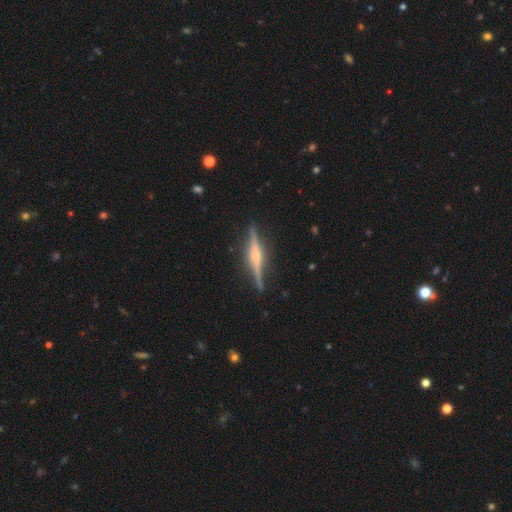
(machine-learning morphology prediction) Smooth or featured?
  - featured or disk: 80% *
  - smooth: 15%
  - star or artifact: 6%
Edge-on disk?
  - yes: 98% *
  - no: 2%
Edge-on bulge?
  - rounded: 74% *
  - boxy: 17%
  - none: 8%
Merging?
  - none: 88% *
  - minor disturbance: 9%
  - major disturbance: 2%
  - merger: 1%